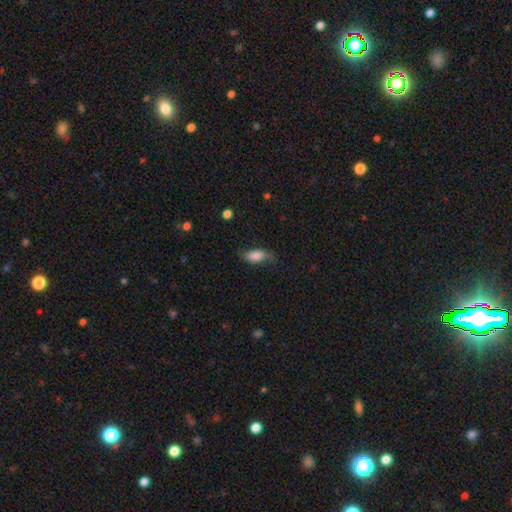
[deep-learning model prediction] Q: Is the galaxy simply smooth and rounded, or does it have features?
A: smooth — 78%.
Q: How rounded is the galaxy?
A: in between — 87%.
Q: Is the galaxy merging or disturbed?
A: none — 59%.